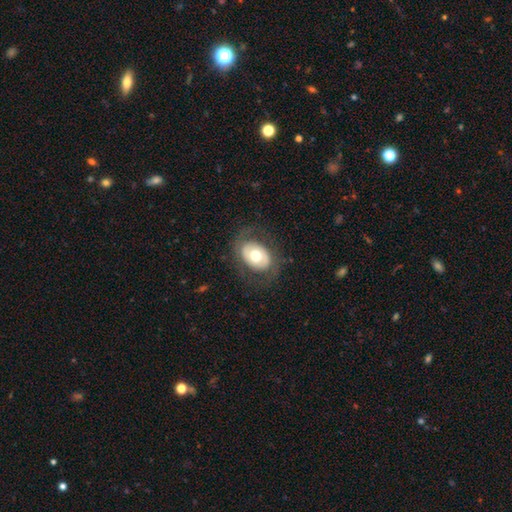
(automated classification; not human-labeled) smooth 49%, featured or disk 44%, star or artifact 6%. Down the decision tree: merging — none (75%).